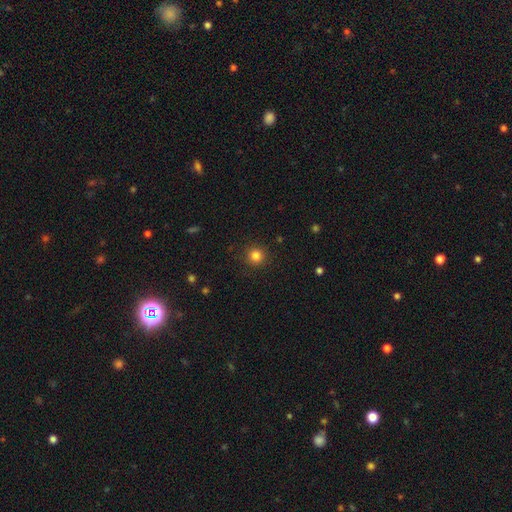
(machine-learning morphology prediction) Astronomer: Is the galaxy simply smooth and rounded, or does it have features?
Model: smooth — 83%.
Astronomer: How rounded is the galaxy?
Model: round — 94%.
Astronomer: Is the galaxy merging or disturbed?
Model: none — 90%.